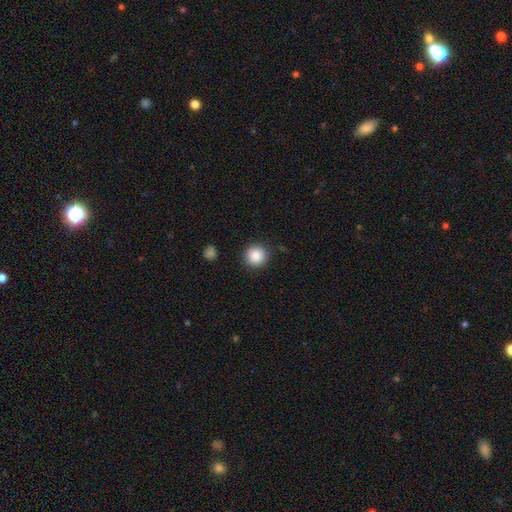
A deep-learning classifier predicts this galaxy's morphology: Q: Smooth or featured?
A: smooth (87%); runner-up: star or artifact (9%)
Q: How rounded?
A: round (95%); runner-up: in between (4%)
Q: Merging?
A: none (88%); runner-up: minor disturbance (8%)